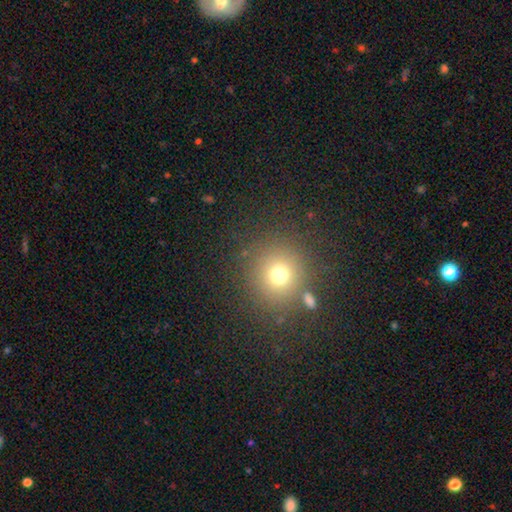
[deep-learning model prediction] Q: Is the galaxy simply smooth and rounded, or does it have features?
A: smooth — 61%.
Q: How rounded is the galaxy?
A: round — 92%.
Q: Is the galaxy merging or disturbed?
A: none — 86%.